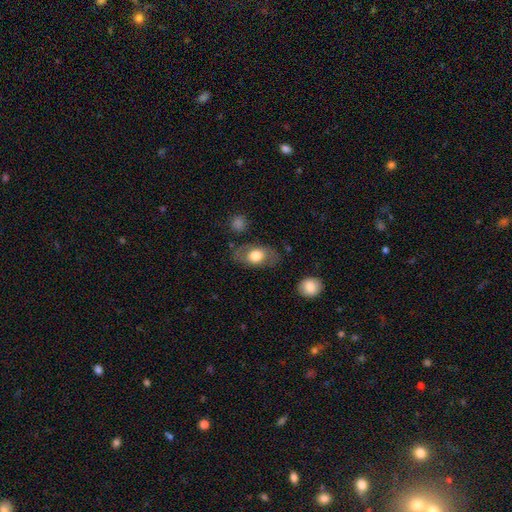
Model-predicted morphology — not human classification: Q: Smooth or featured?
A: smooth (63%); runner-up: featured or disk (31%)
Q: How rounded?
A: in between (85%); runner-up: round (13%)
Q: Merging?
A: none (74%); runner-up: minor disturbance (17%)